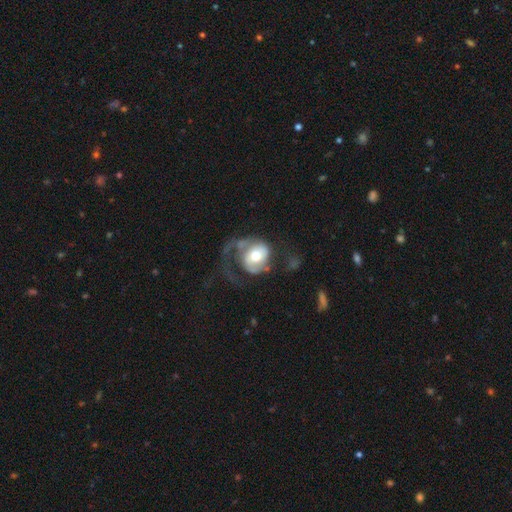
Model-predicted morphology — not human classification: smooth_or_featured: featured or disk (p=0.62) [alt: smooth p=0.32]
disk_edge_on: no (p=0.97) [alt: yes p=0.03]
bar: no (p=0.68) [alt: weak p=0.24]
has_spiral_arms: yes (p=0.78) [alt: no p=0.22]
bulge_size: moderate (p=0.63) [alt: large p=0.22]
merging: major disturbance (p=0.50) [alt: none p=0.30]